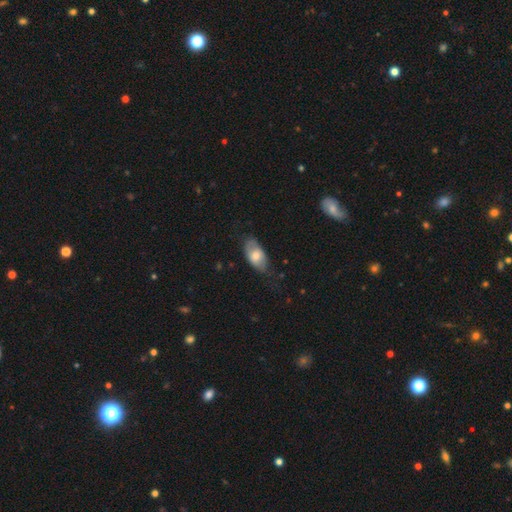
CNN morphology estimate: This appears to be a smooth galaxy with no disk features (66%) that is in between round and cigar-shaped (92%). Merging: none (64%).